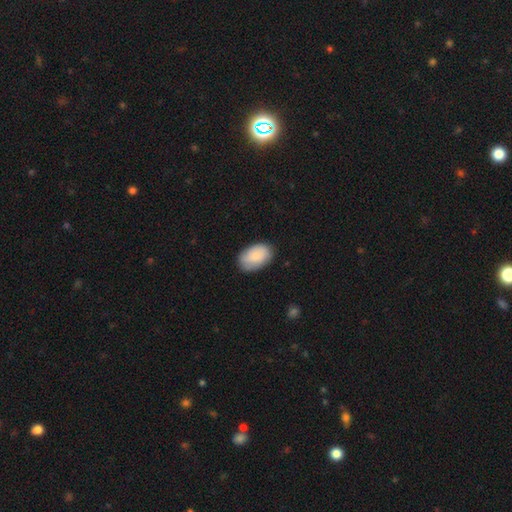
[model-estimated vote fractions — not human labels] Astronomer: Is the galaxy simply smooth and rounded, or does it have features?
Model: smooth — 76%.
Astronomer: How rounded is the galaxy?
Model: in between — 90%.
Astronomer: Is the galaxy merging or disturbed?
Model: none — 81%.